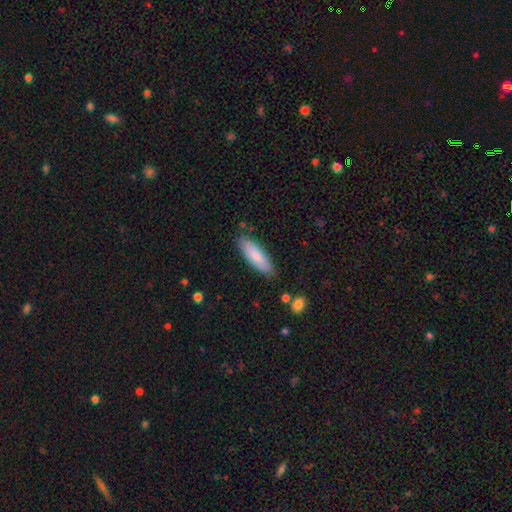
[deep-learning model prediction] This appears to be a smooth galaxy with no disk features (81%) that is in between round and cigar-shaped (51%). Merging: none (82%).